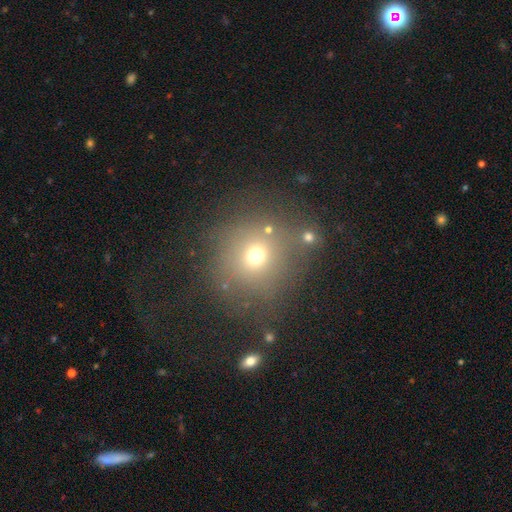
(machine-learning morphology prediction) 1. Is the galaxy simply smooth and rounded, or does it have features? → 66% smooth, 22% star or artifact, 12% featured or disk.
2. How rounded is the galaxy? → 89% round, 10% in between, 1% cigar-shaped.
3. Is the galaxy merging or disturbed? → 70% none, 12% minor disturbance, 10% merger, 8% major disturbance.